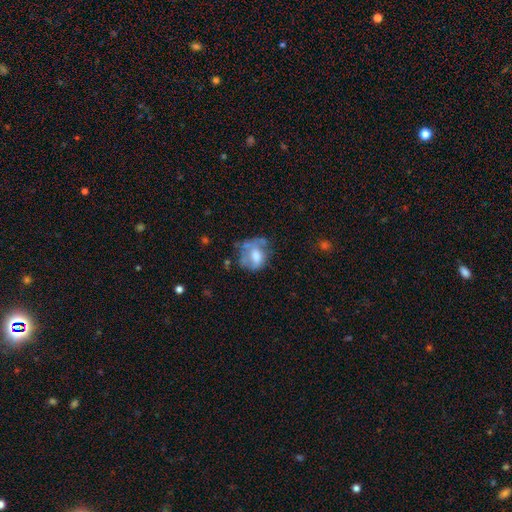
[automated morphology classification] Smooth or featured: smooth — 50% (featured or disk — 40%)
How rounded: round — 54% (in between — 45%)
Merging: none — 35% (major disturbance — 28%)